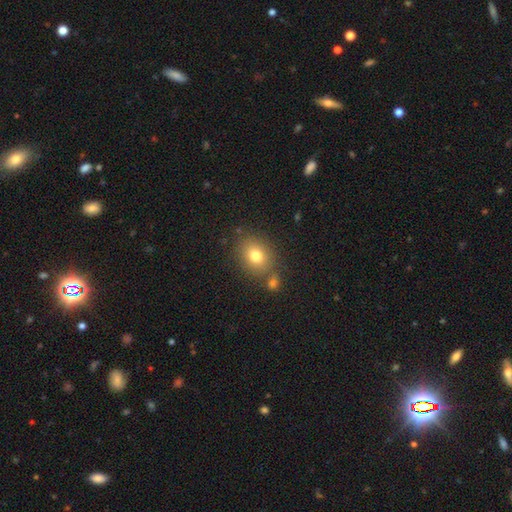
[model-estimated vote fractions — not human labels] Smooth or featured?
  - smooth: 77% *
  - star or artifact: 12%
  - featured or disk: 11%
How rounded?
  - round: 53% *
  - in between: 46%
  - cigar-shaped: 1%
Merging?
  - none: 72% *
  - merger: 12%
  - minor disturbance: 11%
  - major disturbance: 4%